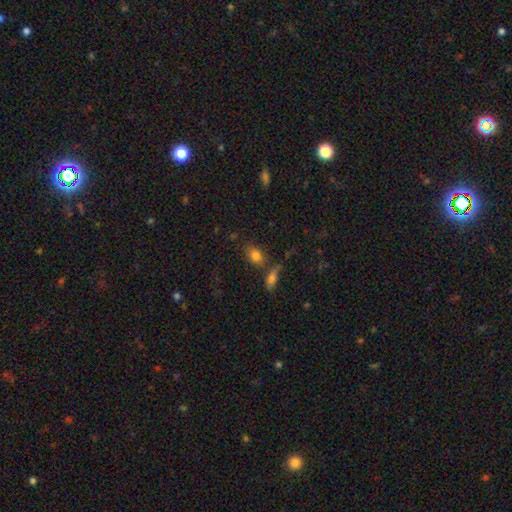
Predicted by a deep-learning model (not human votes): This appears to be a smooth galaxy with no disk features (81%) that is in between round and cigar-shaped (75%). Merging: none (65%).